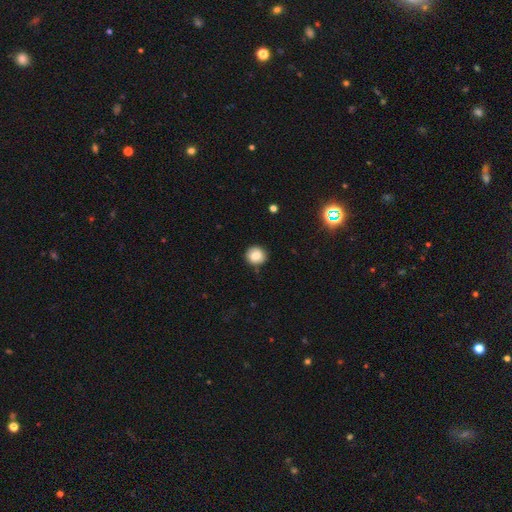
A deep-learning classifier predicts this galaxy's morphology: Smooth or featured? Predicted: smooth (p=0.80). How rounded? Predicted: round (p=0.90). Merging? Predicted: none (p=0.85).